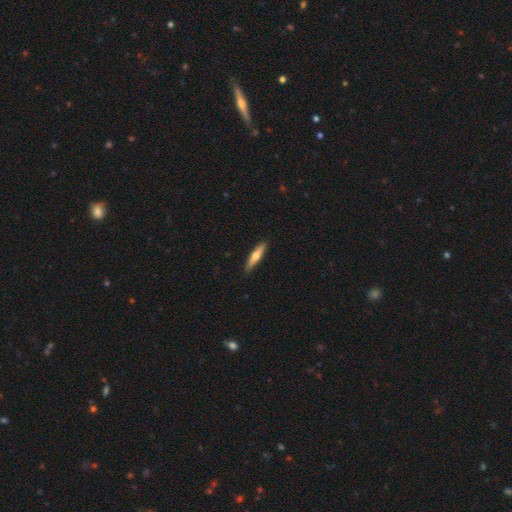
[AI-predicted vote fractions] smooth-or-featured: smooth: 50% | featured or disk: 45% | star or artifact: 5%
  merging: none: 89% | minor disturbance: 8% | major disturbance: 2% | merger: 1%